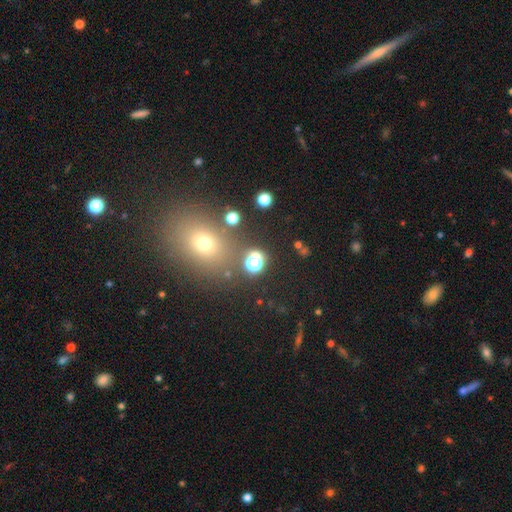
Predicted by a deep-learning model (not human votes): This is possibly a smooth galaxy (53%). How rounded: clearly round (81%). Merging: likely none (74%).